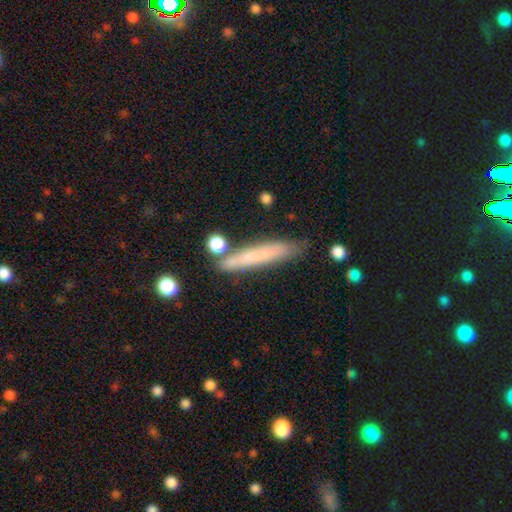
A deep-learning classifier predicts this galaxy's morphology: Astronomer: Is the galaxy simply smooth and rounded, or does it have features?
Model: smooth — 66%.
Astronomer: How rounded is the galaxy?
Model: cigar-shaped — 92%.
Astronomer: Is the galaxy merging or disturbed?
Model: none — 75%.